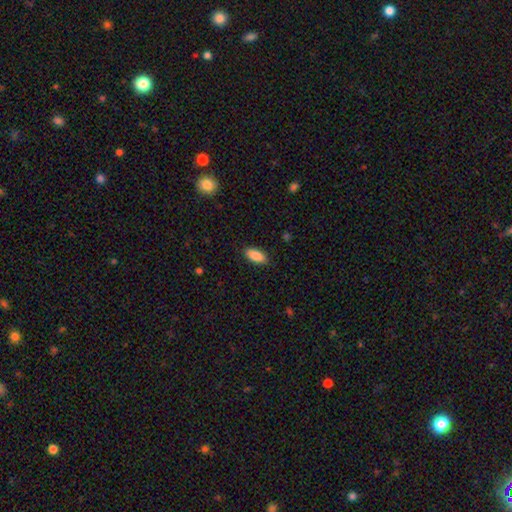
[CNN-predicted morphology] A smooth galaxy with no disk features (89%) that is in between round and cigar-shaped (86%). Merging: none (88%).